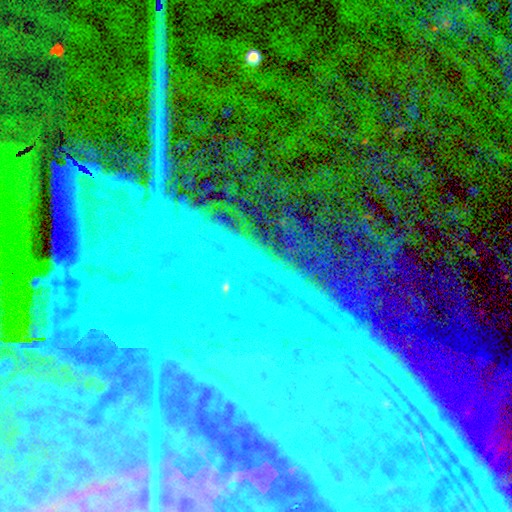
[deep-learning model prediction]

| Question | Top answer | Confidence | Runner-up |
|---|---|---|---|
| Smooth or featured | star or artifact | 84% | featured or disk (10%) |